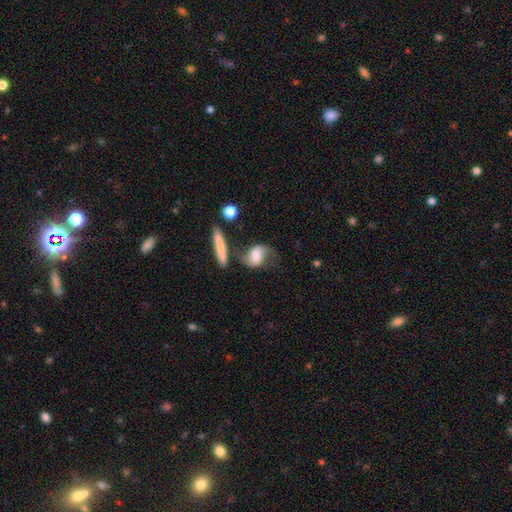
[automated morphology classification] This appears to be a featured or disk galaxy (54%). Merging: none (56%).